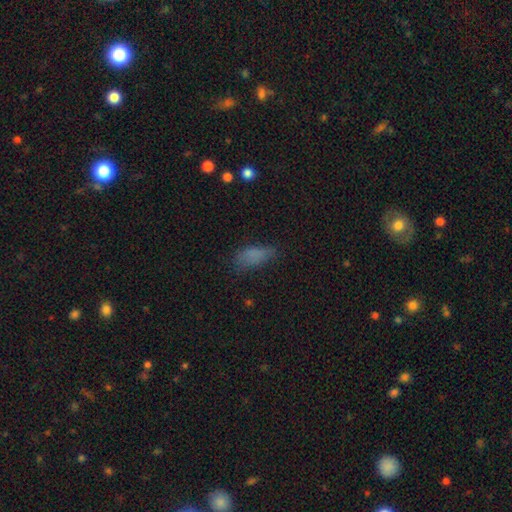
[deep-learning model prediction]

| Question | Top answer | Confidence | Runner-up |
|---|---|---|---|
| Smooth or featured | smooth | 78% | star or artifact (12%) |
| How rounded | in between | 78% | cigar-shaped (19%) |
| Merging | none | 62% | minor disturbance (25%) |